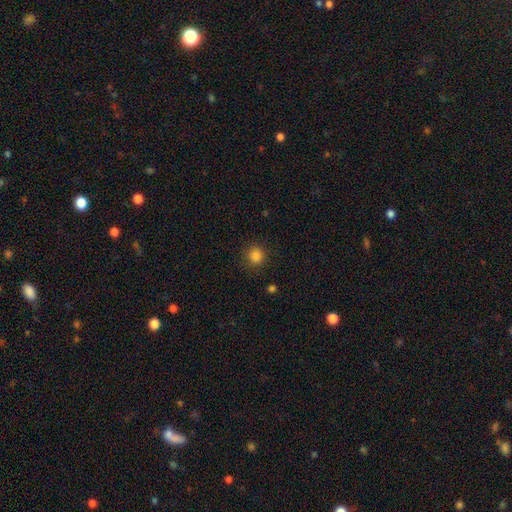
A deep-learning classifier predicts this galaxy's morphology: This is clearly a smooth galaxy (85%). How rounded: clearly round (88%). Merging: clearly none (88%).